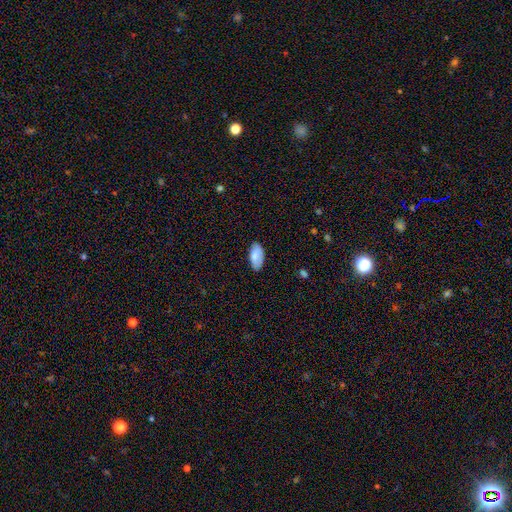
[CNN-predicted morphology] Smooth or featured? smooth (78%)
How rounded? in between (94%)
Merging? none (81%)